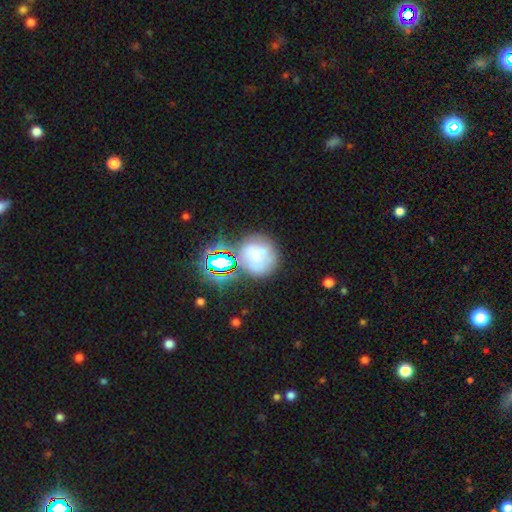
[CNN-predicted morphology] Q: Smooth or featured?
A: smooth (53%); runner-up: star or artifact (26%)
Q: How rounded?
A: round (86%); runner-up: in between (13%)
Q: Merging?
A: none (58%); runner-up: minor disturbance (18%)